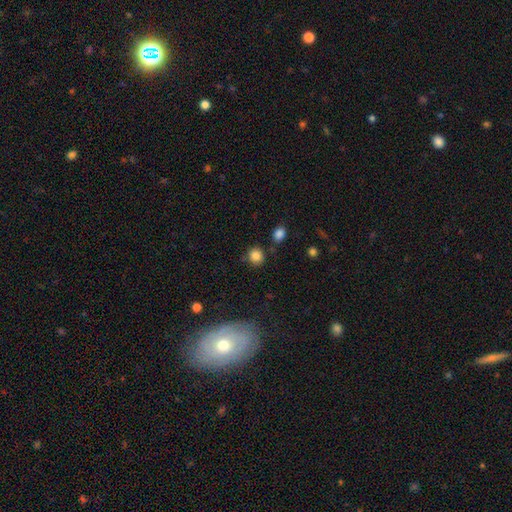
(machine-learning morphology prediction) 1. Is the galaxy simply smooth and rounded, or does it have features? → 85% smooth, 11% star or artifact, 5% featured or disk.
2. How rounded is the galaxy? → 85% round, 14% in between, 1% cigar-shaped.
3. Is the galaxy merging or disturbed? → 80% none, 11% minor disturbance, 6% merger, 3% major disturbance.